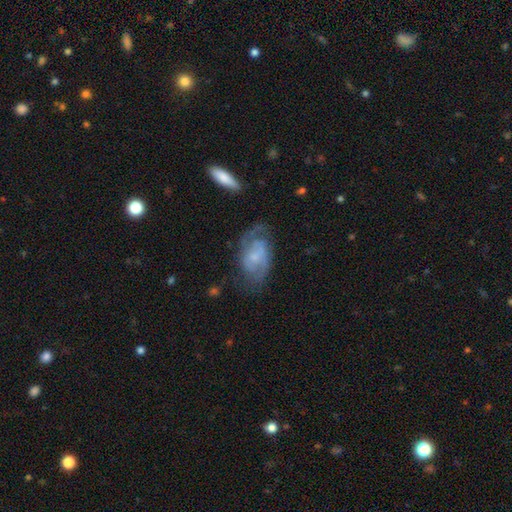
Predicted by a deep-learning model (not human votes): Q: Smooth or featured?
A: featured or disk (78%); runner-up: smooth (15%)
Q: Edge-on disk?
A: no (96%); runner-up: yes (4%)
Q: Bar?
A: no (49%); runner-up: weak (42%)
Q: Spiral arms?
A: yes (91%); runner-up: no (9%)
Q: Spiral winding?
A: medium (48%); runner-up: tight (33%)
Q: Spiral arm count?
A: 2 (75%); runner-up: can't tell (14%)
Q: Bulge size?
A: small (58%); runner-up: moderate (24%)
Q: Merging?
A: none (63%); runner-up: minor disturbance (20%)